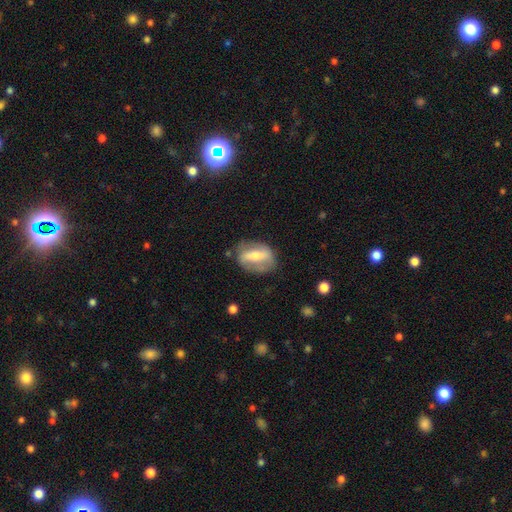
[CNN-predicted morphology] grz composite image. It shows a featured or disk galaxy (55%). Merging: none (69%).